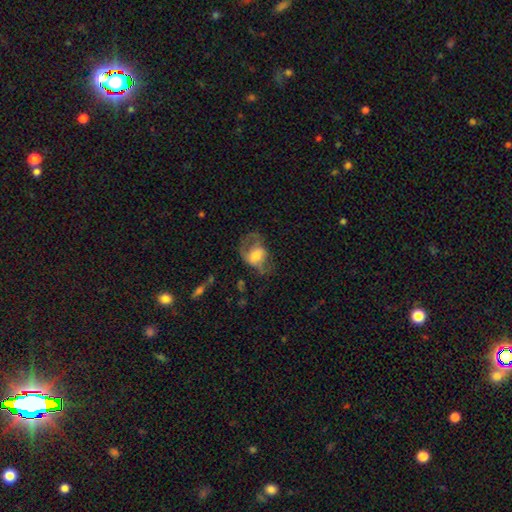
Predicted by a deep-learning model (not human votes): This appears to be a smooth galaxy with no disk features (54%) that is in between round and cigar-shaped (71%). Merging: major disturbance (39%).